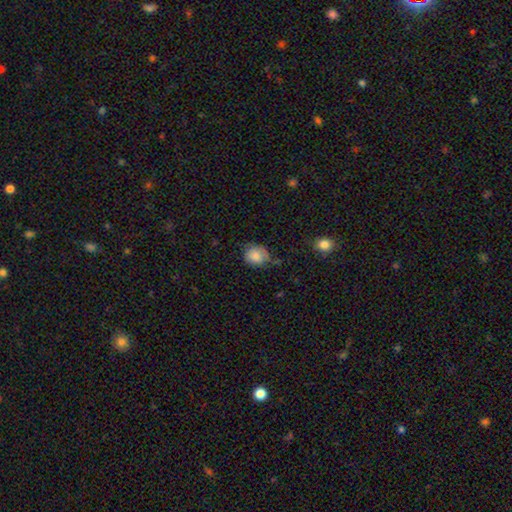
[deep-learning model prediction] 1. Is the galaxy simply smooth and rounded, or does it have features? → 81% smooth, 11% featured or disk, 8% star or artifact.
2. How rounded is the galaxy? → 71% round, 28% in between, 1% cigar-shaped.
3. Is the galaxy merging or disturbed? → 58% none, 31% minor disturbance, 8% major disturbance, 3% merger.